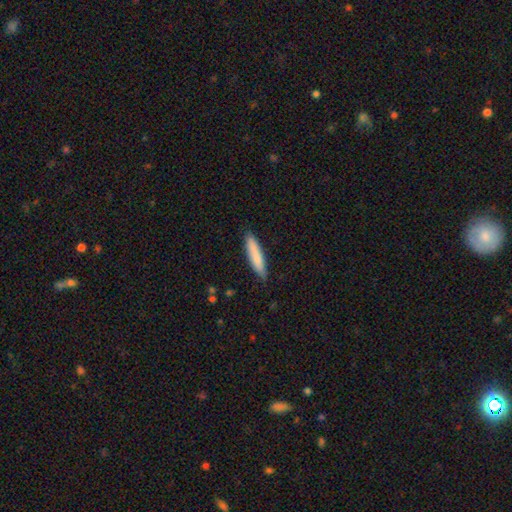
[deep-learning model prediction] Smooth or featured: smooth — 79% (featured or disk — 15%)
How rounded: cigar-shaped — 85% (in between — 13%)
Merging: none — 87% (minor disturbance — 11%)